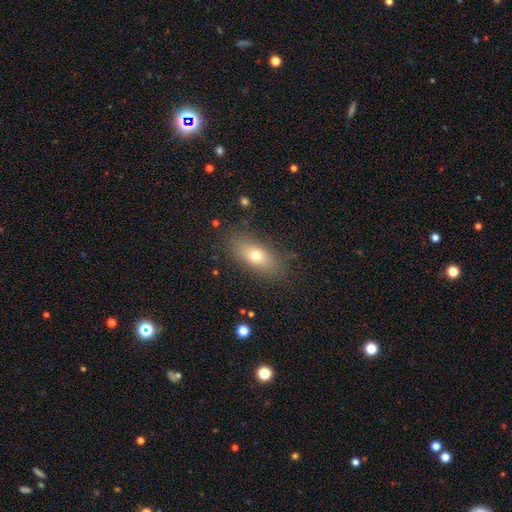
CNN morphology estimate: type=smooth (69%); roundness=in between (73%); merging=none (82%).